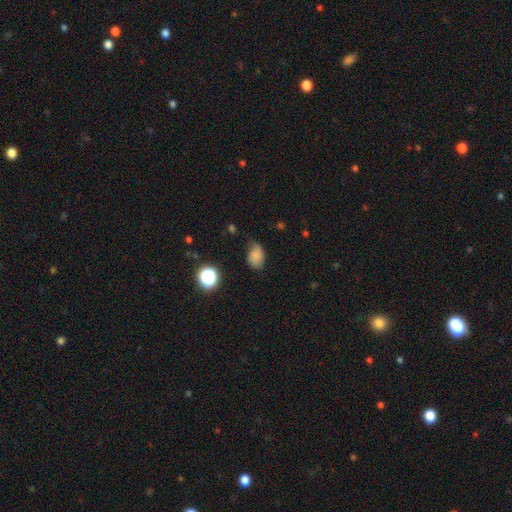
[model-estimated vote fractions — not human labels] This is likely a smooth galaxy (79%). How rounded: likely in between (72%). Merging: possibly none (53%).